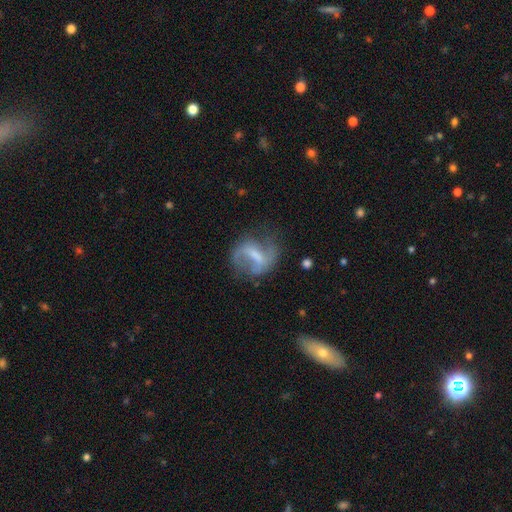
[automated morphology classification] This appears to be a featured or disk galaxy (67%) with a weak bar (45%), spiral arms (75%) and no central bulge (32%). Merging: none (51%).